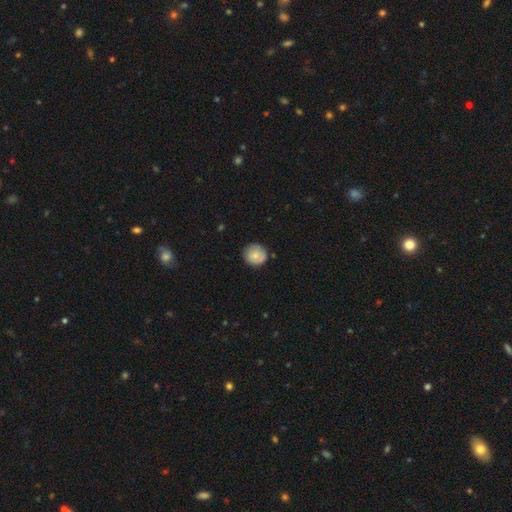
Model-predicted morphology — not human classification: The model was most divided on "smooth or featured": smooth: 75%, featured or disk: 18%, star or artifact: 7%. More confident: how rounded — round (90%); merging — none (80%).